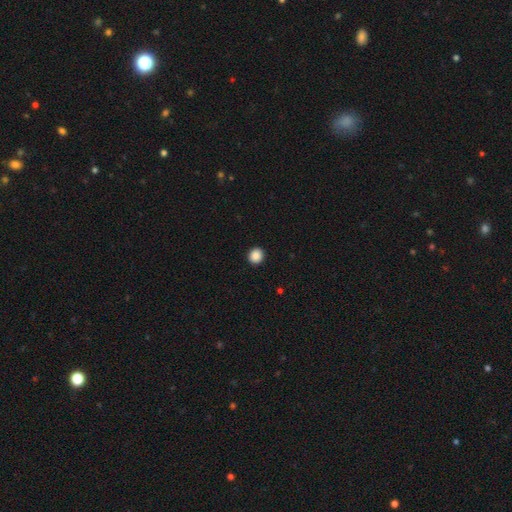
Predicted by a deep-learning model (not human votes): This is clearly a smooth galaxy (88%). How rounded: clearly round (86%). Merging: clearly none (93%).